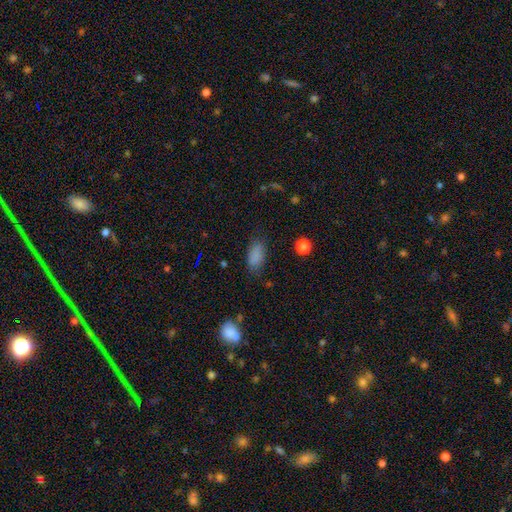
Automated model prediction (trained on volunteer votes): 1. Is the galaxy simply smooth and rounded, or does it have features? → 84% smooth, 10% star or artifact, 5% featured or disk.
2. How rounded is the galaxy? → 91% in between, 5% round, 4% cigar-shaped.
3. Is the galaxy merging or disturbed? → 75% none, 18% minor disturbance, 5% major disturbance, 2% merger.